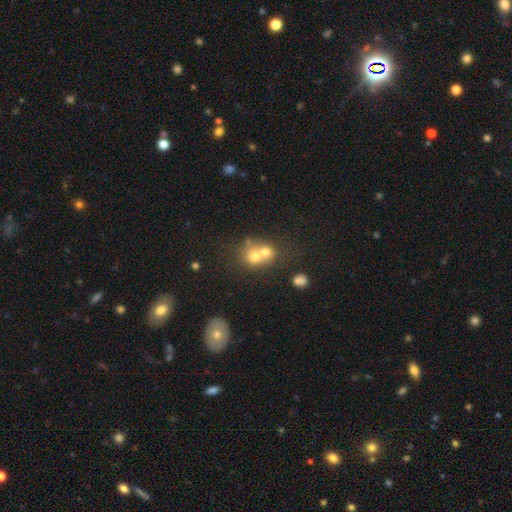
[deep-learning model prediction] smooth 65%, featured or disk 22%, star or artifact 14%. Down the decision tree: how rounded — round (72%); merging — merger (63%).